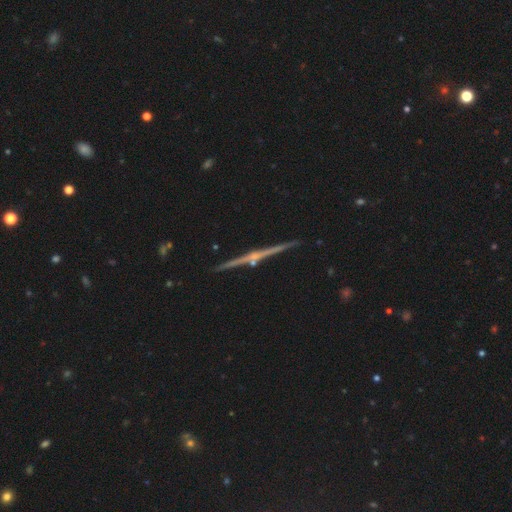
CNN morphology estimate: type=featured or disk (85%); edge-on=yes (99%); edge-on bulge=rounded (66%); merging=none (91%).